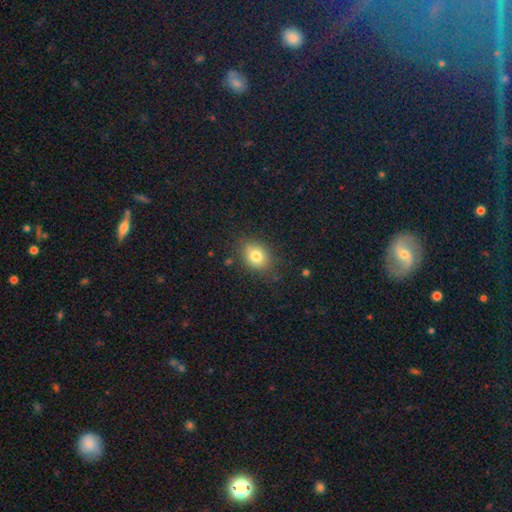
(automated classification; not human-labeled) Morphology: type=smooth (79%); roundness=in between (51%); merging=none (81%).